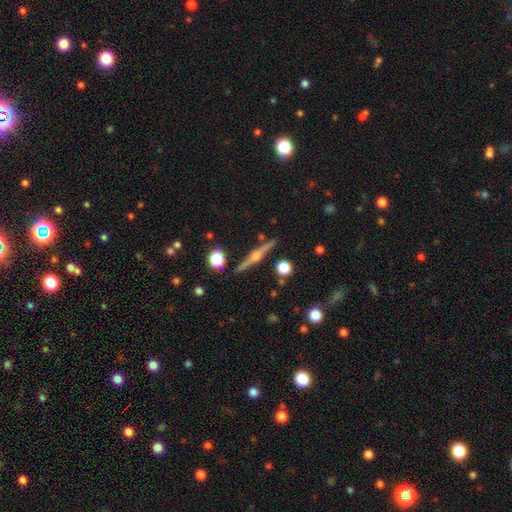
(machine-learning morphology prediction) A featured or disk galaxy (79%) viewed edge-on (98%) with a rounded central bulge (91%). Merging: none (90%).